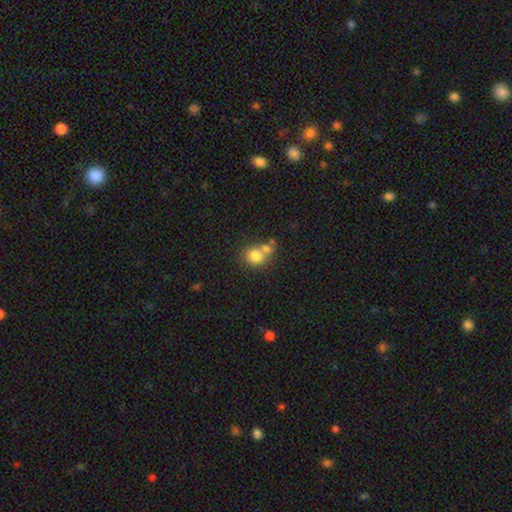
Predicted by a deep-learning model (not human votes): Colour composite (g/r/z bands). It shows a smooth galaxy with no disk features (79%) that is round (69%). Merging: merger (45%).